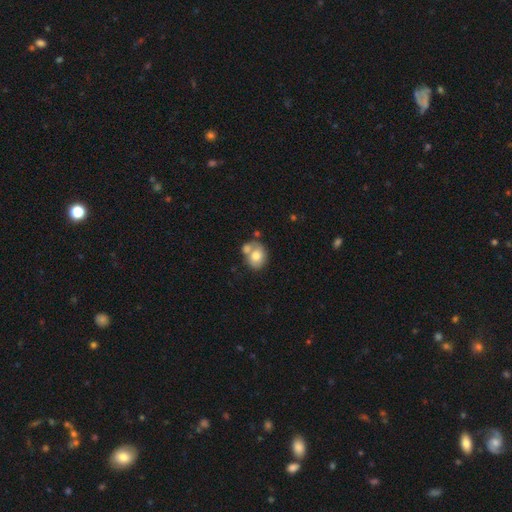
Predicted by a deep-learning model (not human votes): Q: Smooth or featured?
A: smooth (73%); runner-up: featured or disk (19%)
Q: How rounded?
A: round (56%); runner-up: in between (43%)
Q: Merging?
A: merger (43%); runner-up: none (36%)